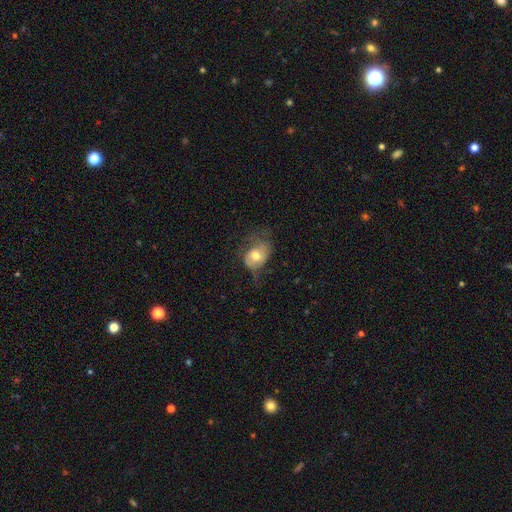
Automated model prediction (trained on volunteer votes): This is possibly a smooth galaxy (49%). Merging: marginally none (37%).